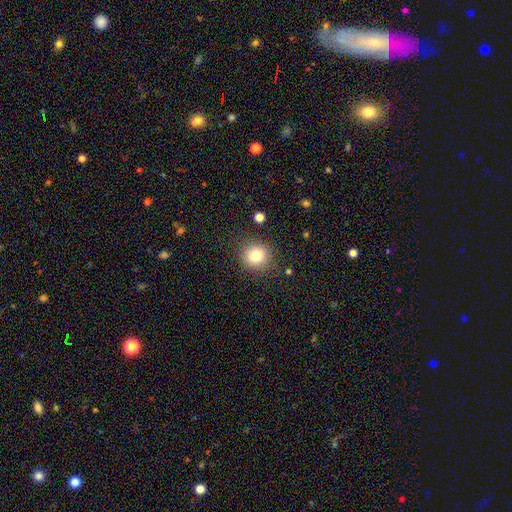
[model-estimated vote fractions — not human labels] The model was most divided on "smooth or featured": smooth: 79%, star or artifact: 12%, featured or disk: 8%. More confident: how rounded — round (91%); merging — none (87%).